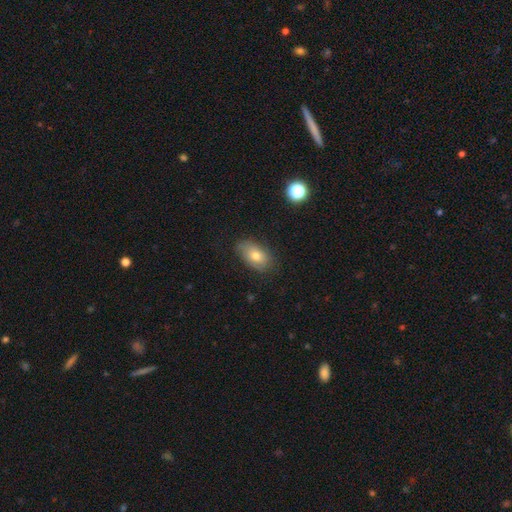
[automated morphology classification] A smooth galaxy with no disk features (68%) that is in between round and cigar-shaped (89%). Merging: none (72%).